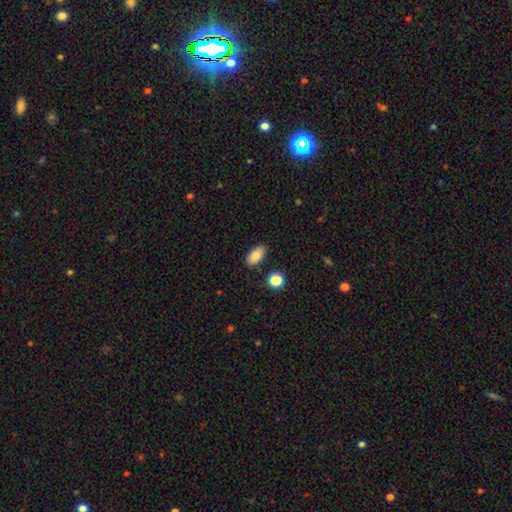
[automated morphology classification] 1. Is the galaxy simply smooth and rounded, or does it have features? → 86% smooth, 9% star or artifact, 6% featured or disk.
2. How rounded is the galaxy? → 91% in between, 5% round, 4% cigar-shaped.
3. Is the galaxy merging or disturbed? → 85% none, 10% minor disturbance, 3% major disturbance, 2% merger.